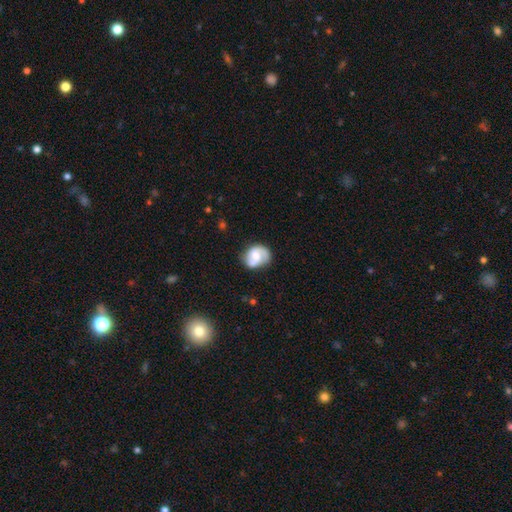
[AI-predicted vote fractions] smooth_or_featured: featured or disk (p=0.60) [alt: smooth p=0.33]
disk_edge_on: no (p=0.98) [alt: yes p=0.02]
bar: no (p=0.47) [alt: weak p=0.41]
has_spiral_arms: yes (p=0.87) [alt: no p=0.13]
spiral_winding: medium (p=0.45) [alt: tight p=0.29]
spiral_arm_count: 2 (p=0.73) [alt: 1 p=0.14]
bulge_size: moderate (p=0.44) [alt: small p=0.32]
merging: none (p=0.61) [alt: minor disturbance p=0.23]